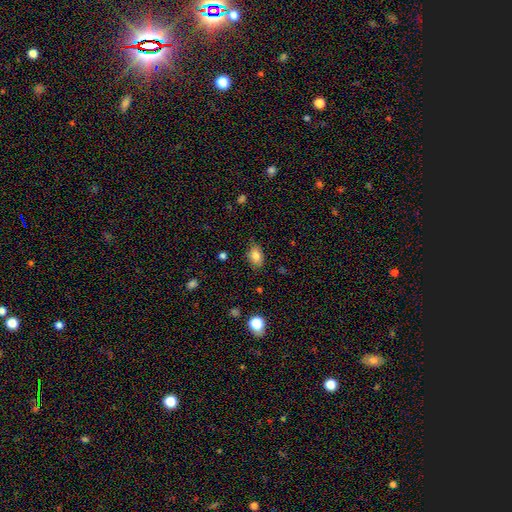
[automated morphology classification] Smooth or featured? smooth (82%)
How rounded? in between (83%)
Merging? none (80%)